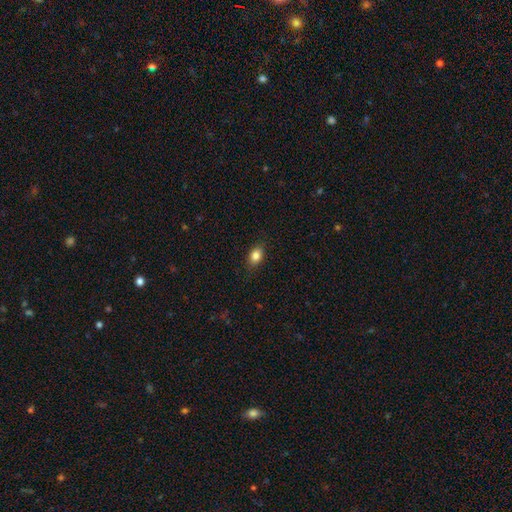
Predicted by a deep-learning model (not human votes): Smooth or featured? smooth (84%)
How rounded? in between (75%)
Merging? none (85%)